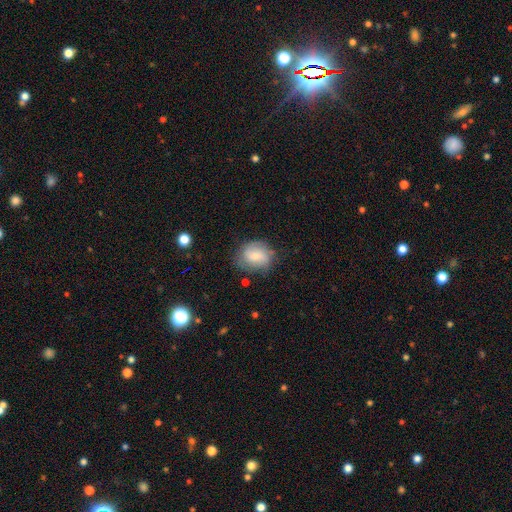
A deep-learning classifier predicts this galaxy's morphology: Q: Smooth or featured?
A: smooth (67%); runner-up: featured or disk (25%)
Q: How rounded?
A: round (57%); runner-up: in between (42%)
Q: Merging?
A: none (64%); runner-up: minor disturbance (25%)